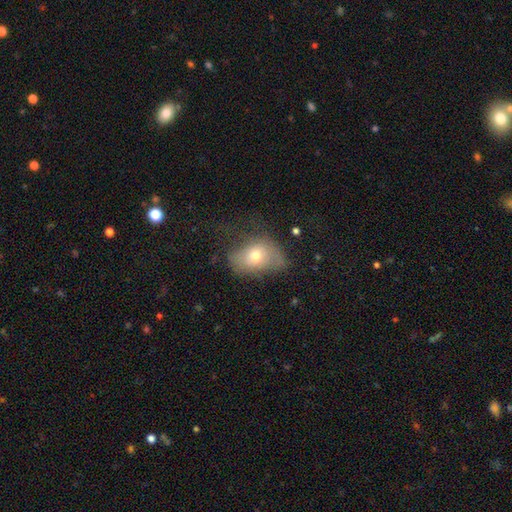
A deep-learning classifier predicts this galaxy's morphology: Smooth or featured?
  - smooth: 65% *
  - featured or disk: 26%
  - star or artifact: 10%
How rounded?
  - in between: 79% *
  - round: 20%
  - cigar-shaped: 1%
Merging?
  - none: 39% *
  - minor disturbance: 33%
  - major disturbance: 26%
  - merger: 2%